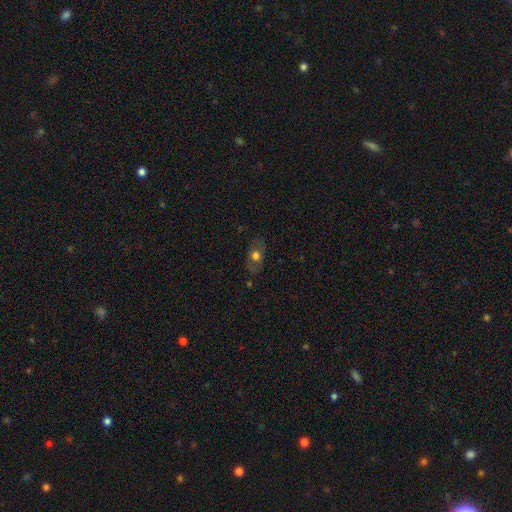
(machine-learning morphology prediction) A smooth galaxy with no disk features (59%) that is in between round and cigar-shaped (78%).

Vote fractions:
- Smooth or featured? smooth: 59% / featured or disk: 31% / star or artifact: 10%
- How rounded? in between: 78% / round: 18% / cigar-shaped: 4%
- Merging? none: 81% / minor disturbance: 14% / major disturbance: 4% / merger: 2%